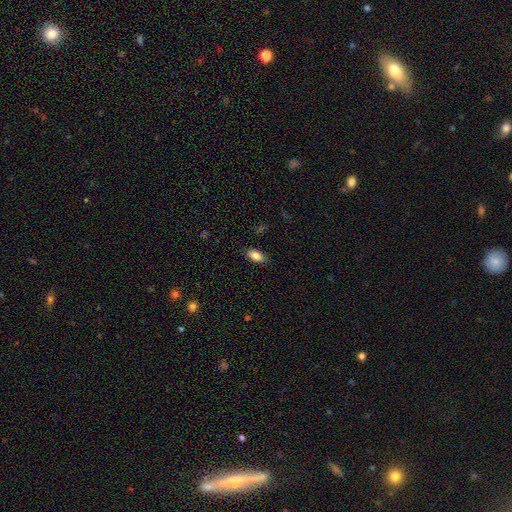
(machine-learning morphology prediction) A smooth galaxy with no disk features (84%) that is in between round and cigar-shaped (89%).

Vote fractions:
- Smooth or featured? smooth: 84% / featured or disk: 8% / star or artifact: 8%
- How rounded? in between: 89% / cigar-shaped: 6% / round: 5%
- Merging? none: 86% / minor disturbance: 10% / major disturbance: 2% / merger: 1%